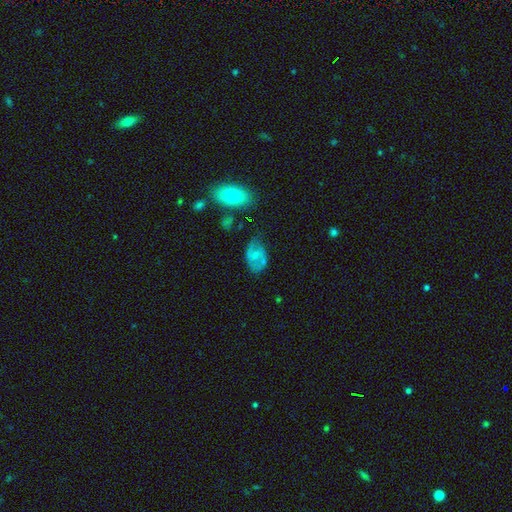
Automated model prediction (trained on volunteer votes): featured or disk 49%, smooth 43%, star or artifact 8%. Down the decision tree: merging — none (57%).